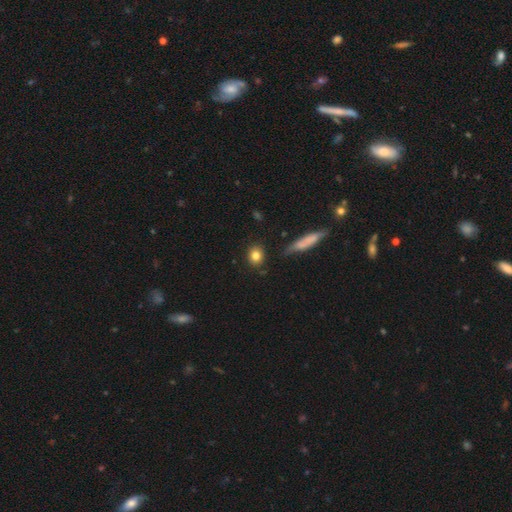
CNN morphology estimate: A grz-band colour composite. It shows a smooth galaxy with no disk features (82%) that is round (70%). Merging: none (85%).